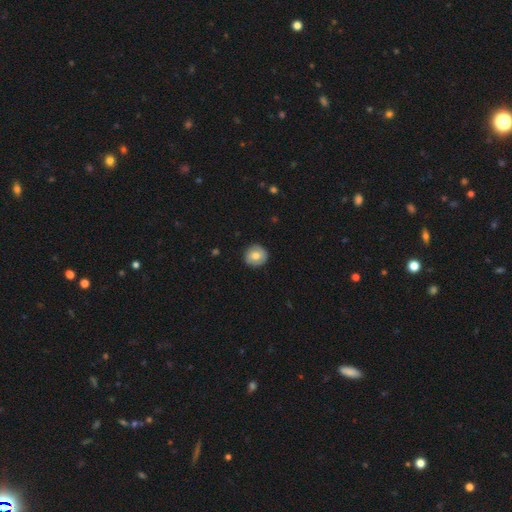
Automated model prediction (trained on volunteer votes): This appears to be a smooth galaxy with no disk features (74%) that is round (90%). Merging: none (88%).